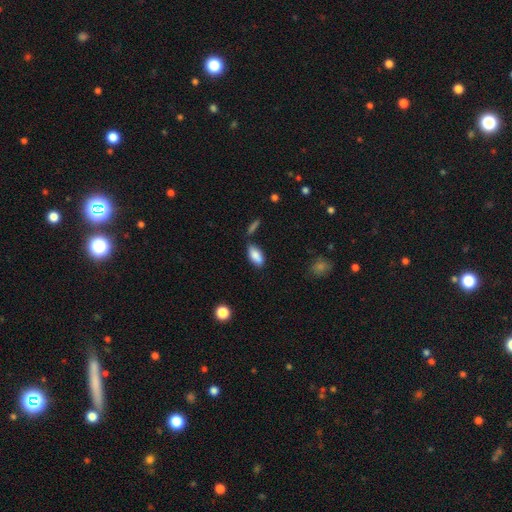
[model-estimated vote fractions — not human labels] This appears to be a smooth galaxy with no disk features (85%) that is in between round and cigar-shaped (87%). Merging: none (67%).